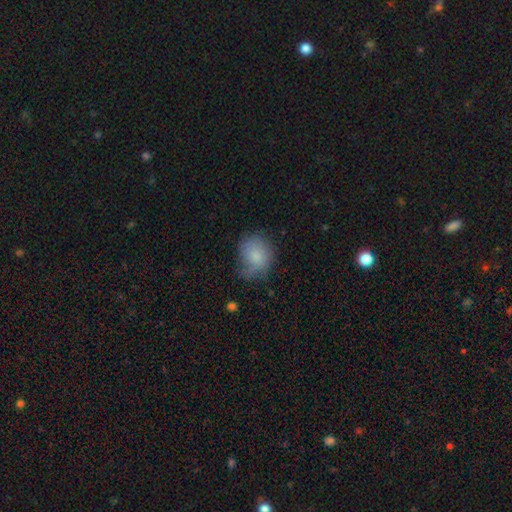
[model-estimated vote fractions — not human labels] Q: Smooth or featured?
A: smooth (79%); runner-up: featured or disk (13%)
Q: How rounded?
A: round (58%); runner-up: in between (41%)
Q: Merging?
A: none (49%); runner-up: minor disturbance (35%)